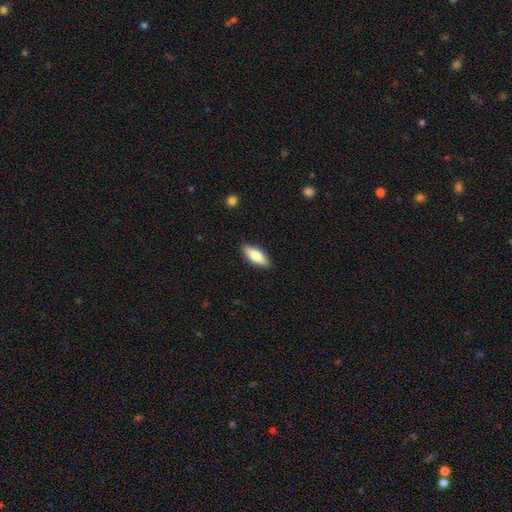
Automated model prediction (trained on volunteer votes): This appears to be a smooth galaxy with no disk features (71%) that is in between round and cigar-shaped (70%). Merging: none (88%).